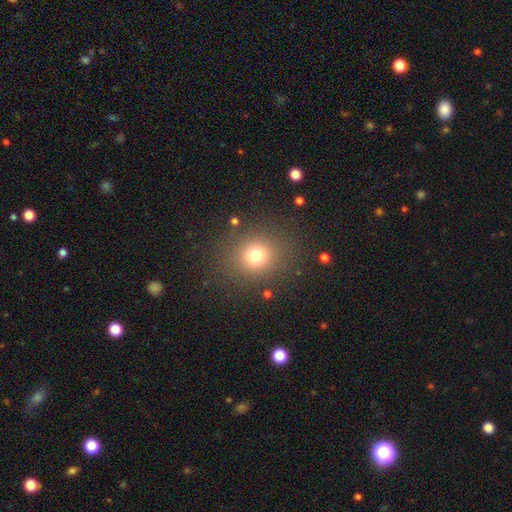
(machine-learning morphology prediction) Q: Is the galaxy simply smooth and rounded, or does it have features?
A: smooth — 74%.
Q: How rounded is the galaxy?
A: round — 84%.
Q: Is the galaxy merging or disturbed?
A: none — 85%.